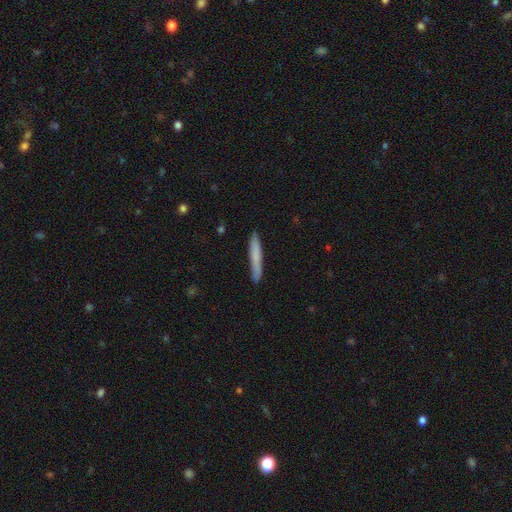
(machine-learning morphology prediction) The model was most divided on "smooth or featured": smooth: 72%, featured or disk: 22%, star or artifact: 6%. More confident: how rounded — cigar-shaped (95%); merging — none (87%).